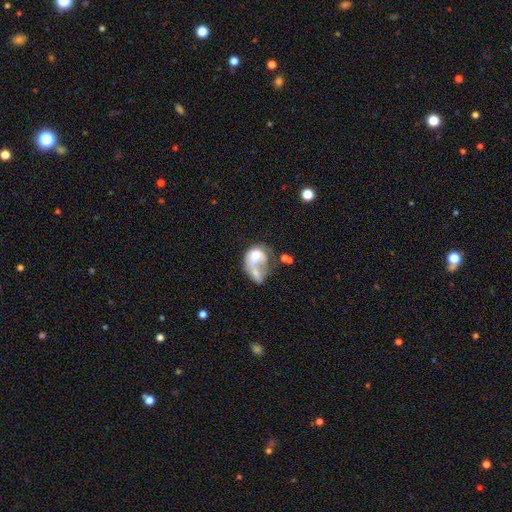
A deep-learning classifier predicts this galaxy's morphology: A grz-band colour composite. It shows a smooth galaxy with no disk features (54%) that is in between round and cigar-shaped (64%). Merging: merger (59%).